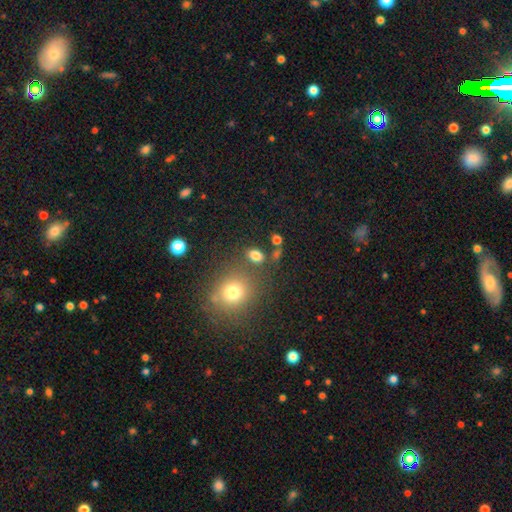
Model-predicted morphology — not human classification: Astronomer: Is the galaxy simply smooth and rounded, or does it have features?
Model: smooth — 79%.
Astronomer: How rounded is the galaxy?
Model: in between — 75%.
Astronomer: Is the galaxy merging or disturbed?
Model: none — 72%.